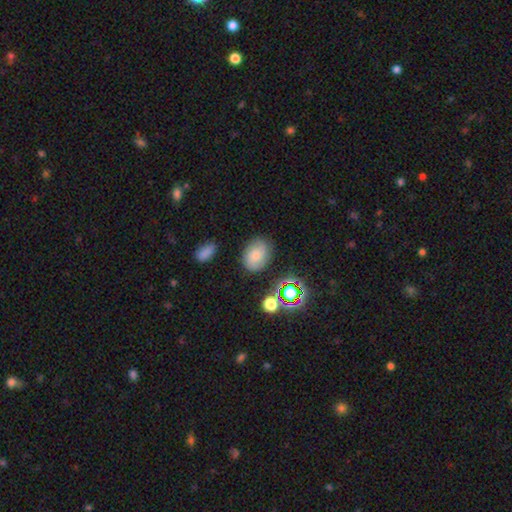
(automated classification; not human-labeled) Overall: smooth (65%). How rounded: in between (69%; round 30%). Merging: none (76%).